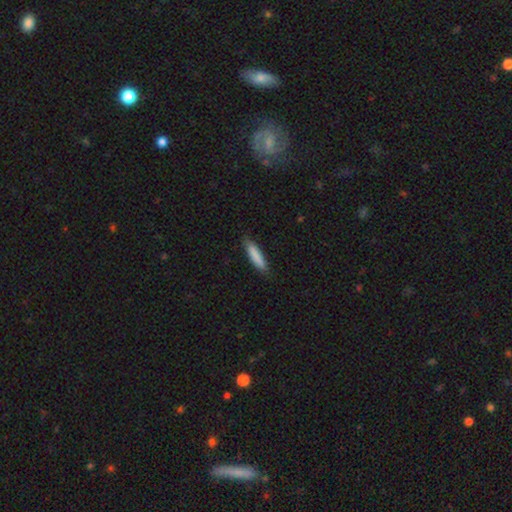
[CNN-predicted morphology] This is clearly a smooth galaxy (85%). How rounded: likely cigar-shaped (78%). Merging: clearly none (85%).